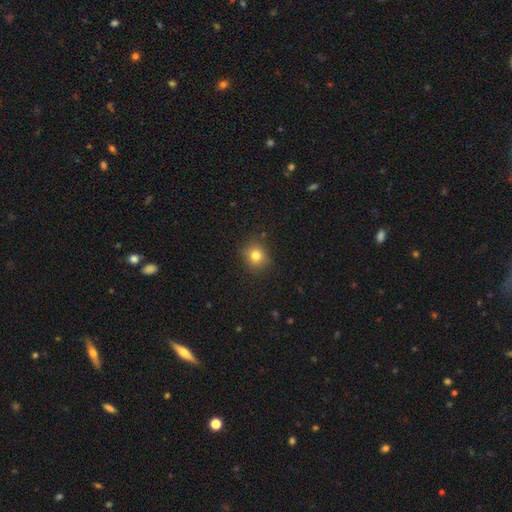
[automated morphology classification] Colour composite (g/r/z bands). It shows a smooth galaxy with no disk features (79%) that is round (81%). Merging: none (87%).